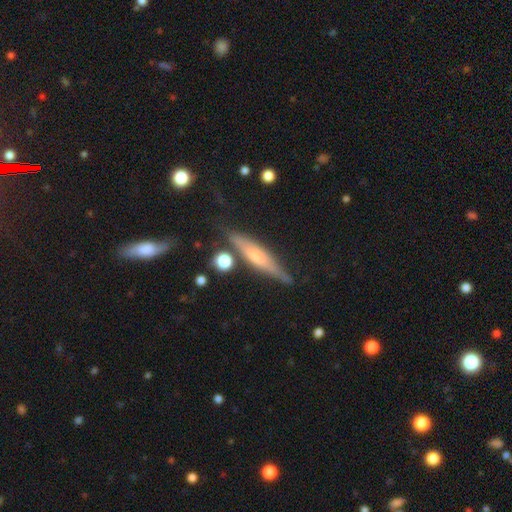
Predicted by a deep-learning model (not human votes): Q: Smooth or featured?
A: featured or disk (59%); runner-up: smooth (33%)
Q: Edge-on disk?
A: yes (93%); runner-up: no (7%)
Q: Edge-on bulge?
A: rounded (55%); runner-up: none (26%)
Q: Merging?
A: none (78%); runner-up: minor disturbance (14%)